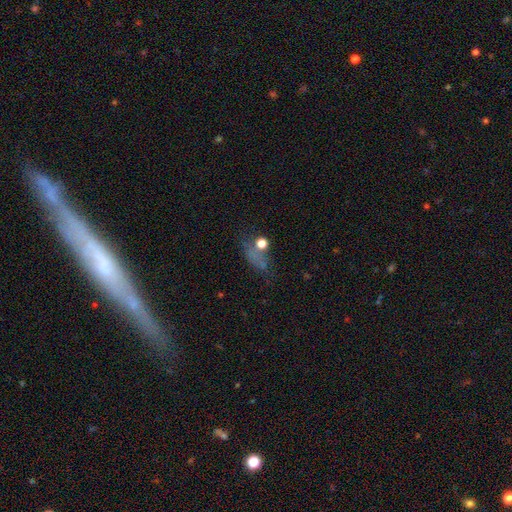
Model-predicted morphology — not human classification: smooth-or-featured: smooth: 45% | star or artifact: 34% | featured or disk: 21%
  merging: none: 44% | major disturbance: 26% | minor disturbance: 19% | merger: 11%